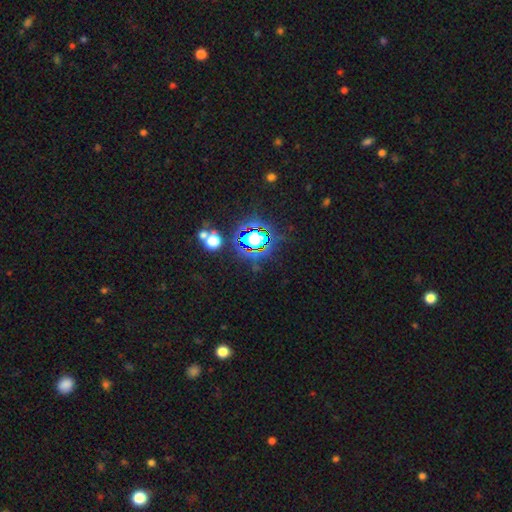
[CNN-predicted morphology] The model was most divided on "smooth or featured": star or artifact: 81%, smooth: 12%, featured or disk: 8%.